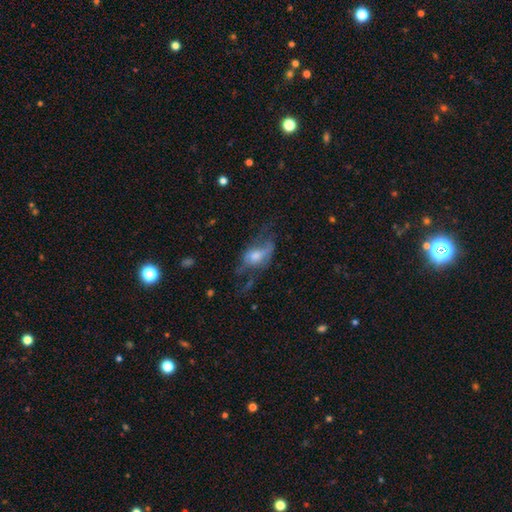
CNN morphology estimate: Smooth or featured?
  - featured or disk: 57% *
  - smooth: 32%
  - star or artifact: 11%
Edge-on disk?
  - no: 86% *
  - yes: 14%
Merging?
  - major disturbance: 38% *
  - none: 36%
  - minor disturbance: 22%
  - merger: 3%